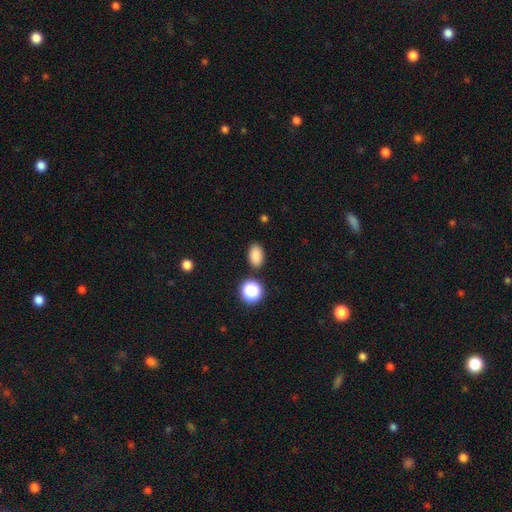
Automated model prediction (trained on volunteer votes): A smooth galaxy with no disk features (84%) that is in between round and cigar-shaped (85%).

Vote fractions:
- Smooth or featured? smooth: 84% / star or artifact: 12% / featured or disk: 4%
- How rounded? in between: 85% / round: 14% / cigar-shaped: 1%
- Merging? none: 86% / minor disturbance: 9% / merger: 3% / major disturbance: 2%